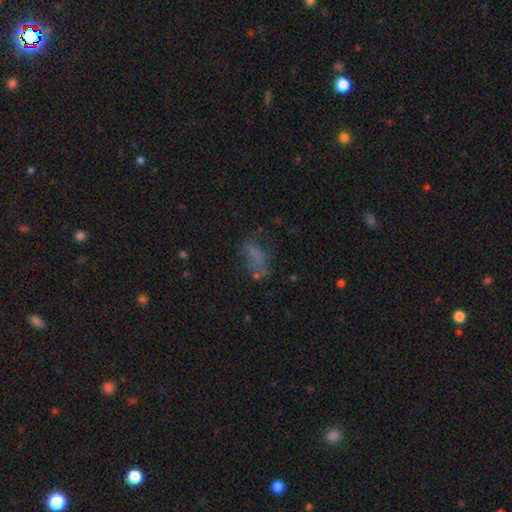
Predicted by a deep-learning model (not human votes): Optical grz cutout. It shows a smooth galaxy with no disk features (50%) that is in between round and cigar-shaped (82%). Merging: none (39%).